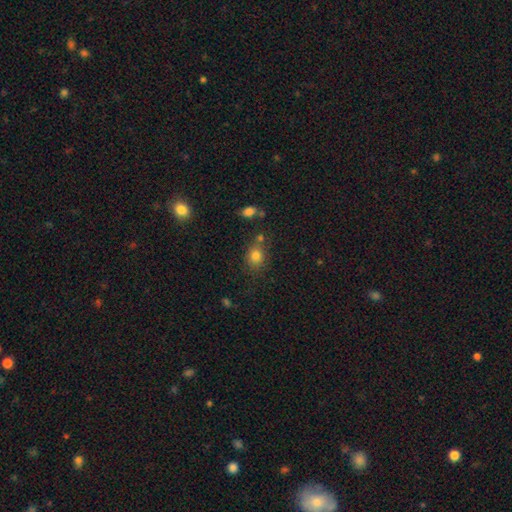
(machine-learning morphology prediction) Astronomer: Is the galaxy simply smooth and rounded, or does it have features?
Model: smooth — 79%.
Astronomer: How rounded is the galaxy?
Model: round — 57% (runner-up: in between, 42%).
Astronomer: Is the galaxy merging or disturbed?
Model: none — 69%.